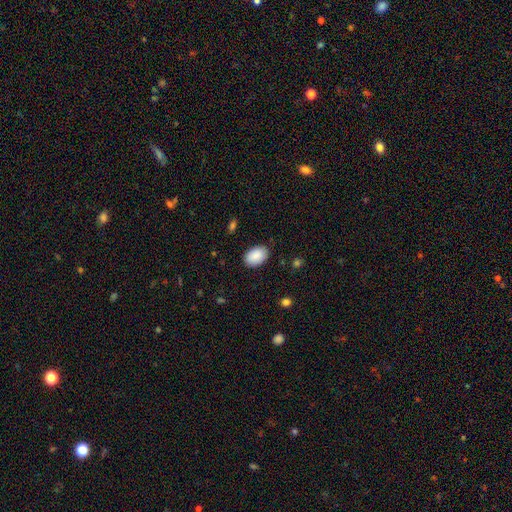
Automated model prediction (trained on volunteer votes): Overall: smooth (89%). How rounded: in between (89%). Merging: none (85%).